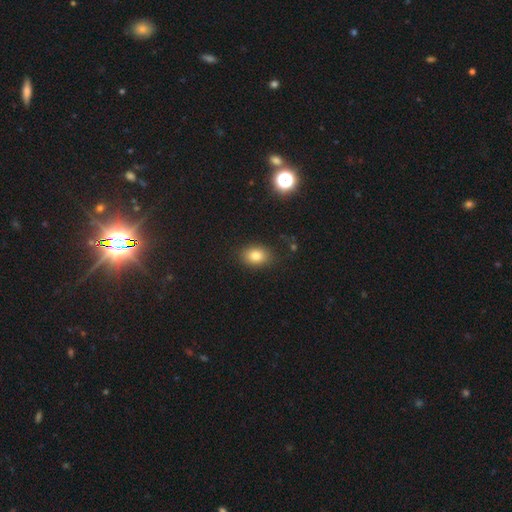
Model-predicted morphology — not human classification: smooth 82%, star or artifact 11%, featured or disk 7%. Down the decision tree: how rounded — in between (71%); merging — none (84%).